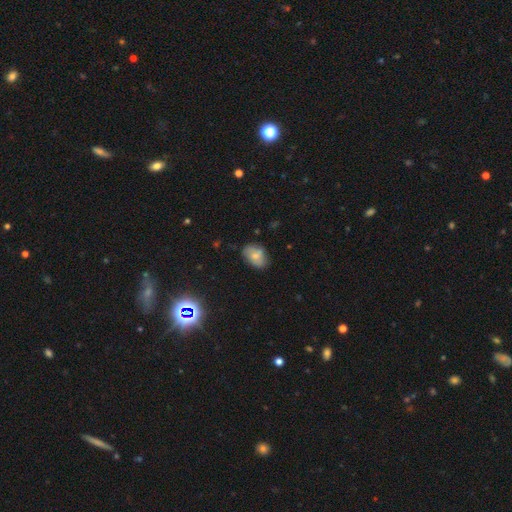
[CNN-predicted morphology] This is likely a smooth galaxy (66%). How rounded: clearly in between (83%). Merging: likely none (71%).